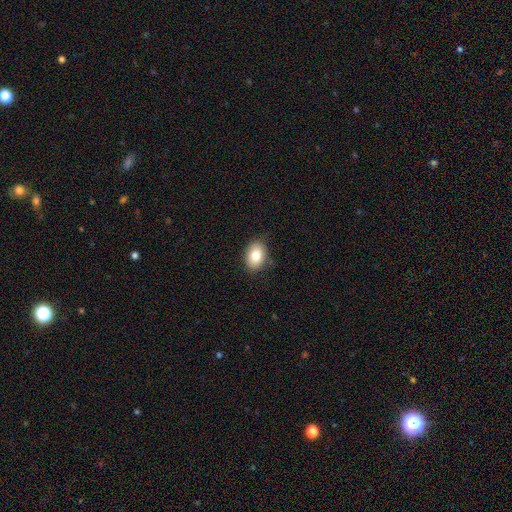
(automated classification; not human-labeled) Q: Smooth or featured?
A: smooth (82%); runner-up: featured or disk (10%)
Q: How rounded?
A: in between (78%); runner-up: round (21%)
Q: Merging?
A: none (83%); runner-up: minor disturbance (13%)